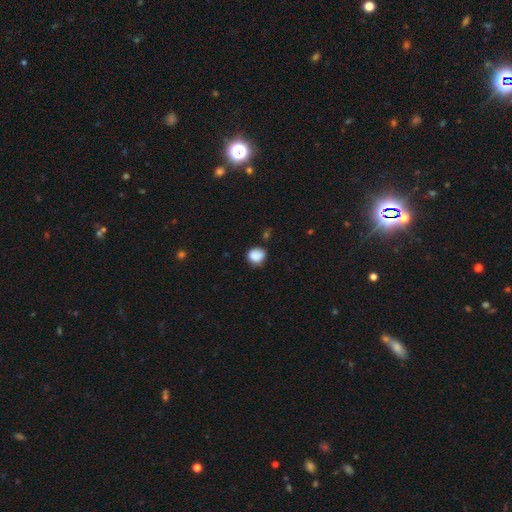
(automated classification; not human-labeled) smooth 86%, star or artifact 9%, featured or disk 5%. Down the decision tree: how rounded — round (77%); merging — none (66%).